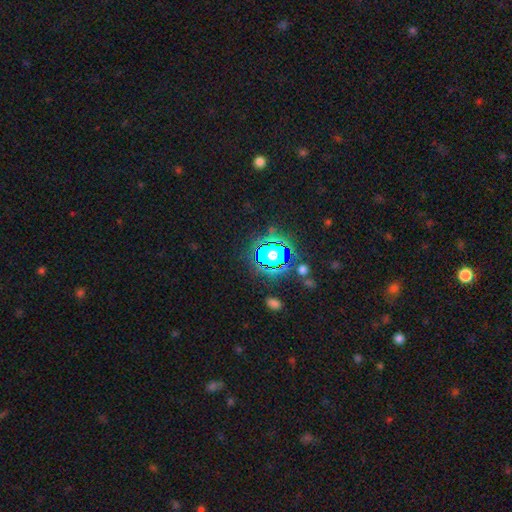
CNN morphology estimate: This is likely a star or artifact rather than a galaxy (77%).